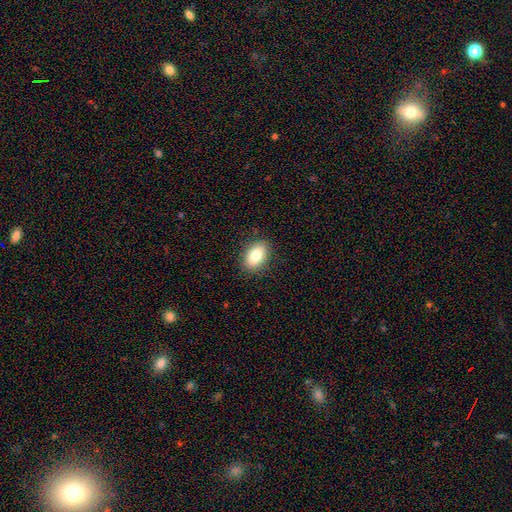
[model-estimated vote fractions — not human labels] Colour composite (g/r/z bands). It shows a smooth galaxy with no disk features (82%) that is in between round and cigar-shaped (88%). Merging: none (87%).